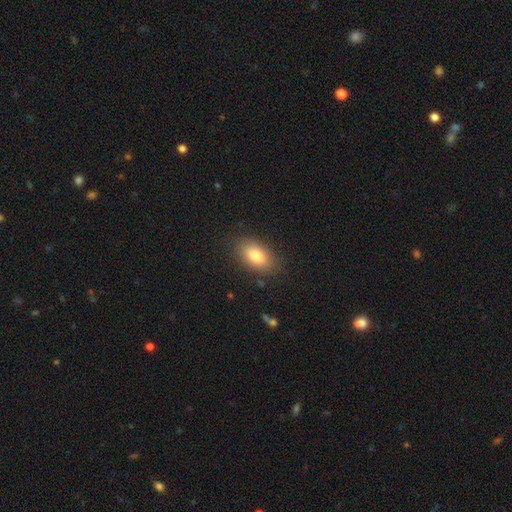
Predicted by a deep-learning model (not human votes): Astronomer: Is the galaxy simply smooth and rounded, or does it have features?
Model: smooth — 81%.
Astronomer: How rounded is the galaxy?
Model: in between — 90%.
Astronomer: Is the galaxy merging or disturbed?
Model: none — 85%.